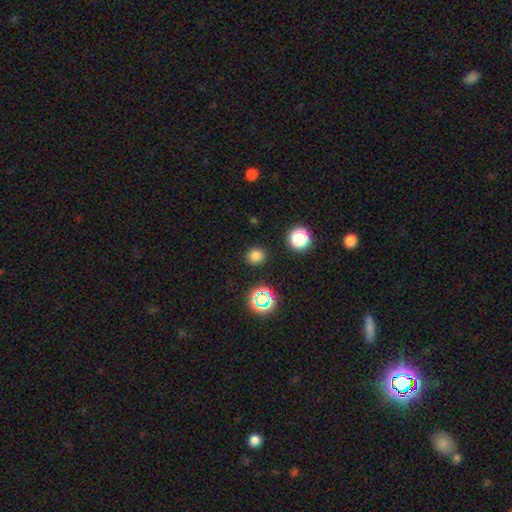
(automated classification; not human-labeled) The model was most divided on "smooth or featured": smooth: 76%, star or artifact: 19%, featured or disk: 5%. More confident: merging — none (89%); how rounded — round (87%).